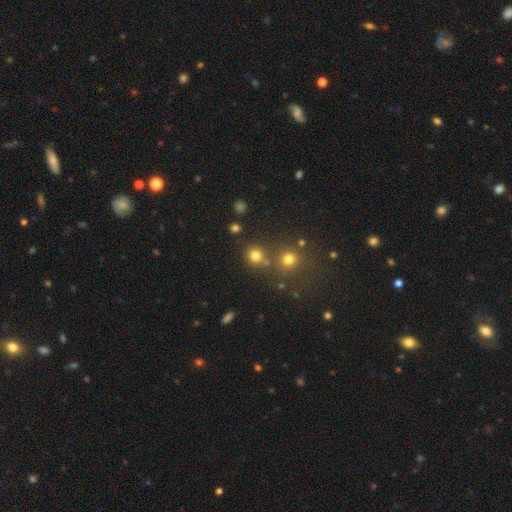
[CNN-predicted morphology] Q: Smooth or featured?
A: smooth (76%); runner-up: star or artifact (17%)
Q: How rounded?
A: round (89%); runner-up: in between (10%)
Q: Merging?
A: none (72%); runner-up: merger (17%)